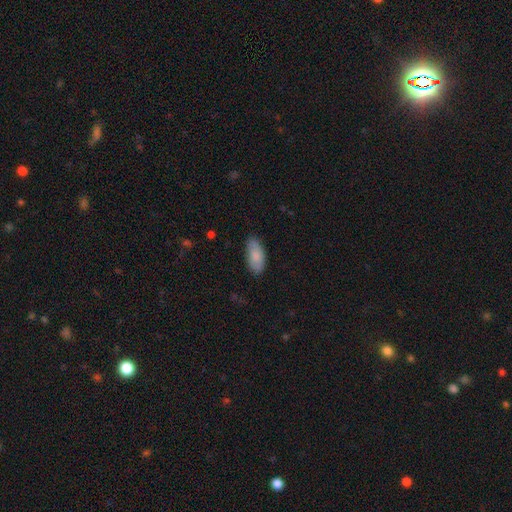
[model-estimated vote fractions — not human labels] smooth-or-featured: smooth: 82% | featured or disk: 12% | star or artifact: 6%
  how-rounded: in between: 87% | cigar-shaped: 11% | round: 2%
  merging: none: 78% | minor disturbance: 17% | major disturbance: 3% | merger: 1%